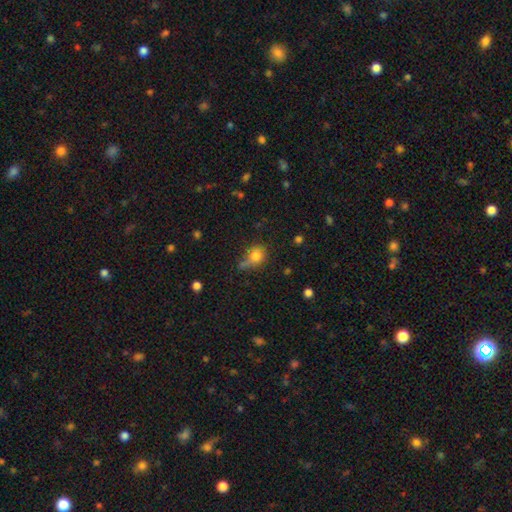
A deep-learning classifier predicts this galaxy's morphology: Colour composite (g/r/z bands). It shows a smooth galaxy with no disk features (78%) that is round (67%). Merging: none (47%).